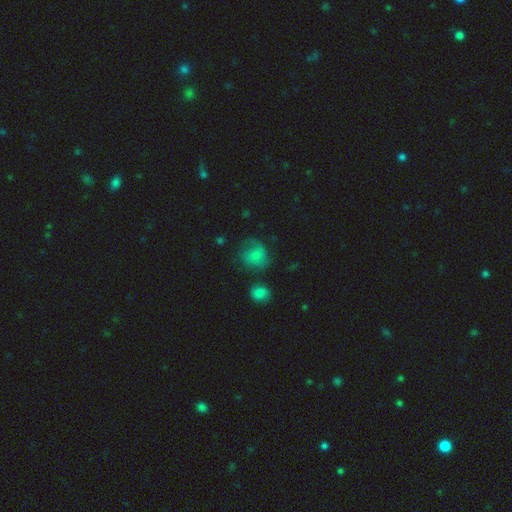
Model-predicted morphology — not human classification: Smooth or featured? Predicted: smooth (p=0.70). How rounded? Predicted: round (p=0.69). Merging? Predicted: none (p=0.48).